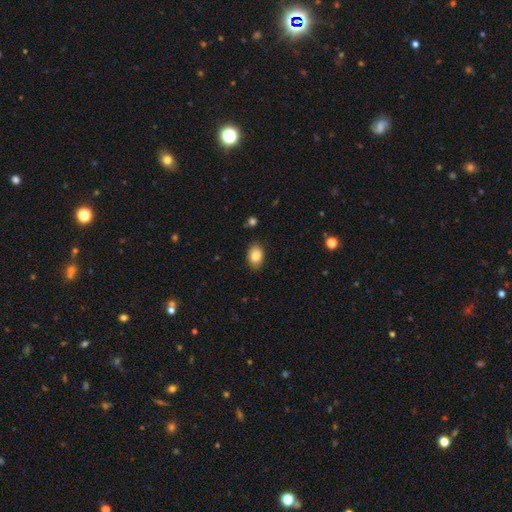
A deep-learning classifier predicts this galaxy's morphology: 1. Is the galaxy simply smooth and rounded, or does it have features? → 86% smooth, 8% star or artifact, 6% featured or disk.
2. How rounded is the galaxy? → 79% in between, 20% round, 1% cigar-shaped.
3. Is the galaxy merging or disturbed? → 84% none, 12% minor disturbance, 3% major disturbance, 1% merger.